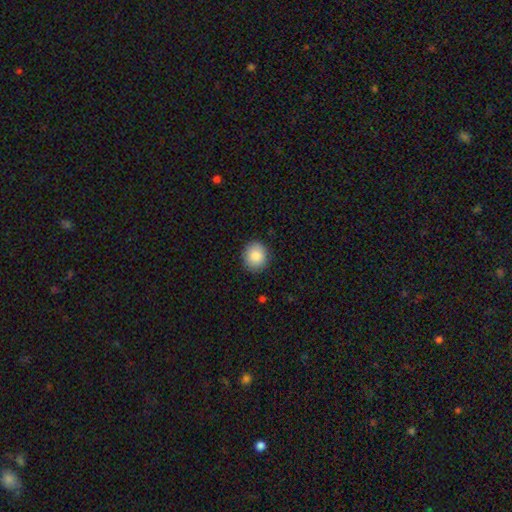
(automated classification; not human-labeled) Smooth or featured? Predicted: smooth (p=0.86). How rounded? Predicted: round (p=0.80). Merging? Predicted: none (p=0.90).